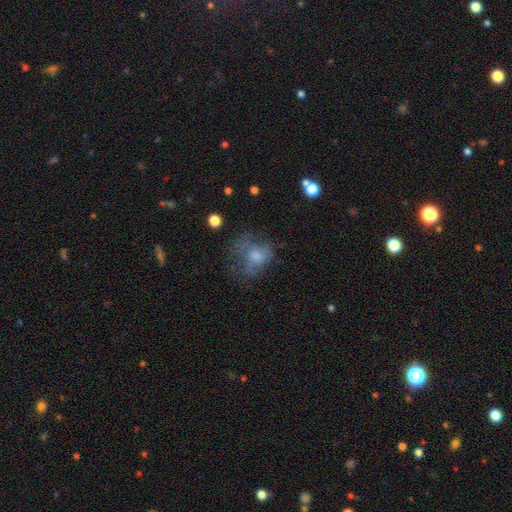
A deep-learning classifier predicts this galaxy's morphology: Smooth or featured: smooth — 50% (featured or disk — 34%)
Merging: none — 42% (major disturbance — 33%)